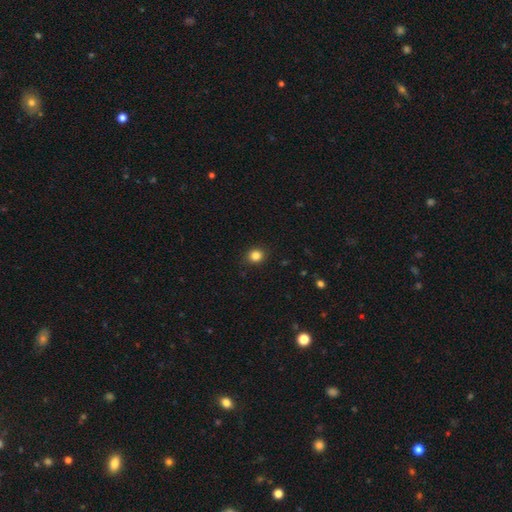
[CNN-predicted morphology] Overall: smooth (84%). How rounded: round (83%). Merging: none (89%).